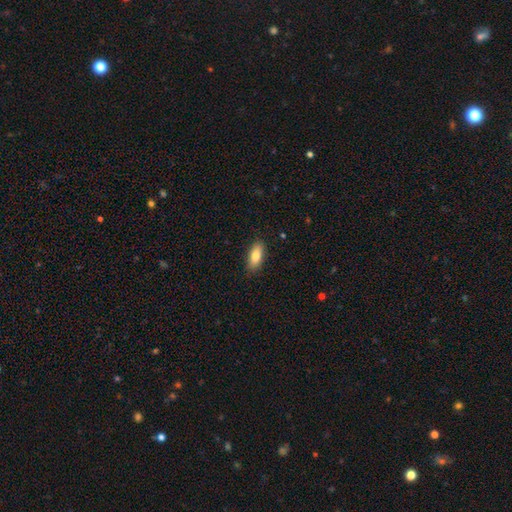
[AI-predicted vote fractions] Smooth or featured: smooth — 84% (featured or disk — 9%)
How rounded: in between — 83% (cigar-shaped — 14%)
Merging: none — 87% (minor disturbance — 10%)